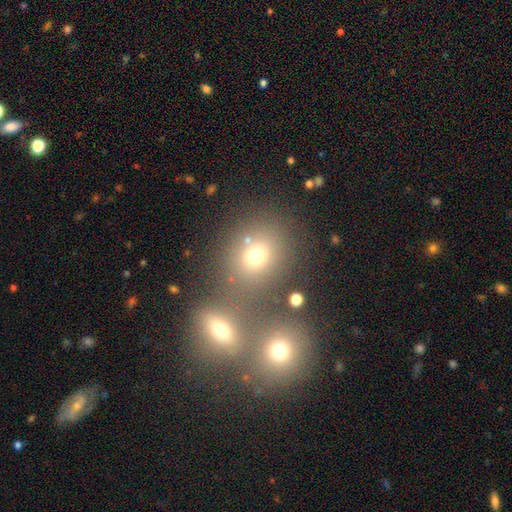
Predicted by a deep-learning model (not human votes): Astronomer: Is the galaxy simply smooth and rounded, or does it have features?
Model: smooth — 69%.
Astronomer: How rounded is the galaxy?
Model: round — 67%.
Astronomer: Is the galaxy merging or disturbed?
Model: none — 58%.